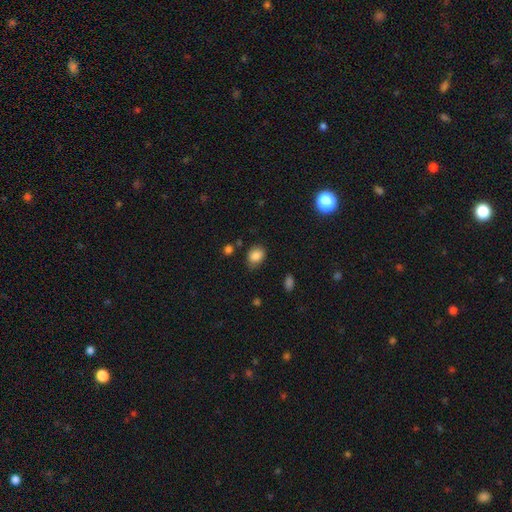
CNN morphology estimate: type=smooth (85%); roundness=in between (55%); merging=none (70%).